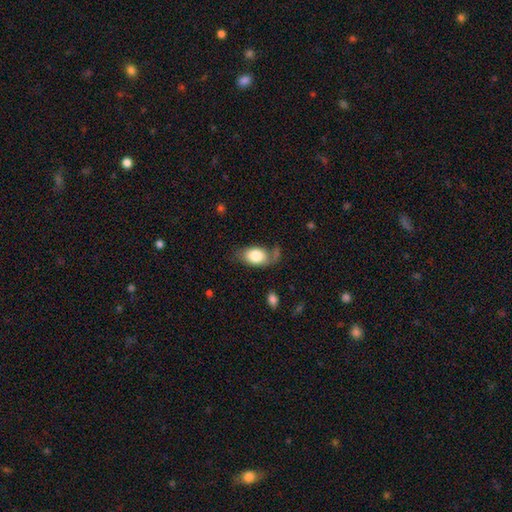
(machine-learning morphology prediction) A smooth galaxy with no disk features (75%) that is in between round and cigar-shaped (88%). Merging: none (46%).